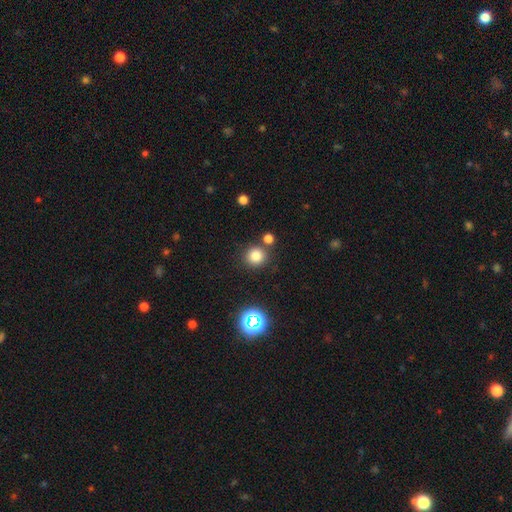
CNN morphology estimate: Overall: smooth (79%). How rounded: round (92%). Merging: none (80%).